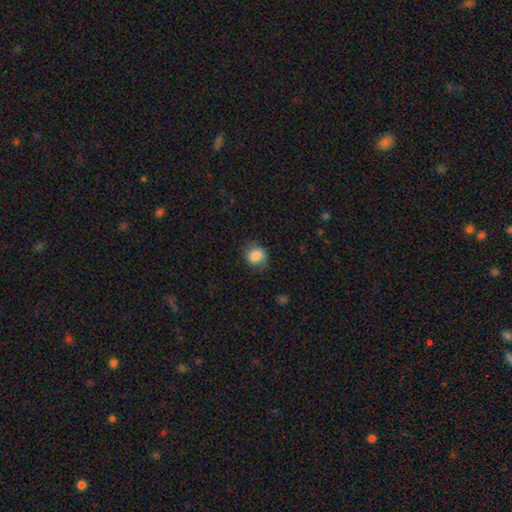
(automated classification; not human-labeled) smooth_or_featured: smooth (p=0.82) [alt: featured or disk p=0.09]
how_rounded: round (p=0.64) [alt: in between p=0.35]
merging: none (p=0.71) [alt: minor disturbance p=0.21]